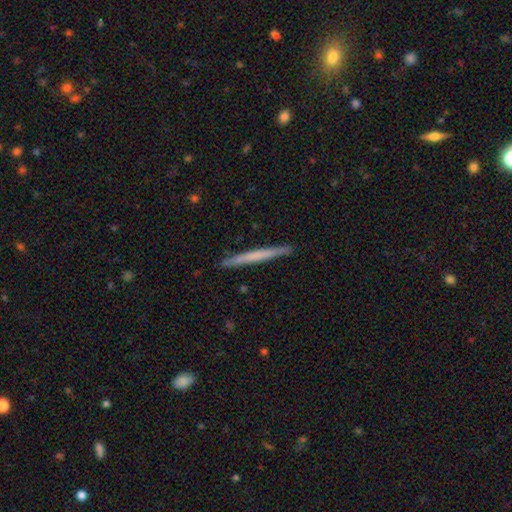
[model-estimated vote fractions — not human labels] smooth-or-featured: smooth: 54% | featured or disk: 40% | star or artifact: 5%
  how-rounded: cigar-shaped: 97% | in between: 2% | round: 1%
  merging: none: 91% | minor disturbance: 7% | major disturbance: 1% | merger: 1%